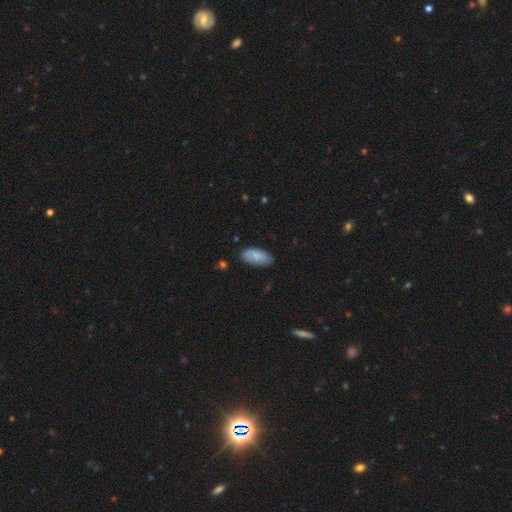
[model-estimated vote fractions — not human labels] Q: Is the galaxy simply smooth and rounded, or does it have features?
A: smooth — 81%.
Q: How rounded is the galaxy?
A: in between — 93%.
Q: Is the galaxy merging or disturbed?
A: none — 79%.